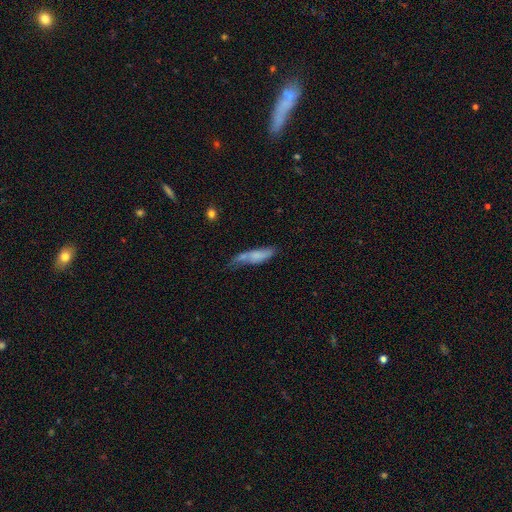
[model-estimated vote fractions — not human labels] Smooth or featured: smooth — 65% (featured or disk — 27%)
How rounded: cigar-shaped — 65% (in between — 33%)
Merging: none — 41% (minor disturbance — 30%)